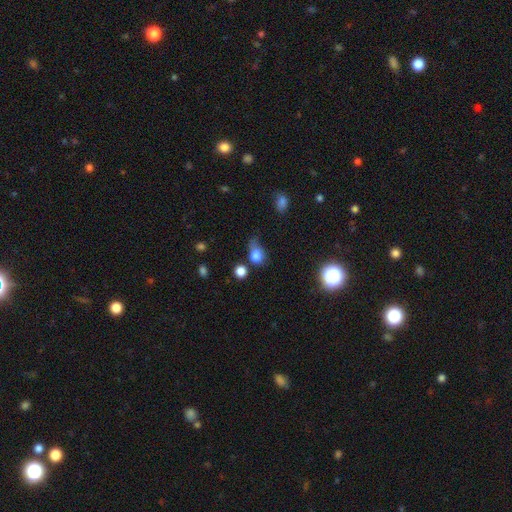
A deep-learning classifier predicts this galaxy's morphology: smooth-or-featured: smooth: 78% | star or artifact: 13% | featured or disk: 9%
  how-rounded: round: 50% | in between: 48% | cigar-shaped: 2%
  merging: minor disturbance: 35% | none: 34% | major disturbance: 22% | merger: 9%